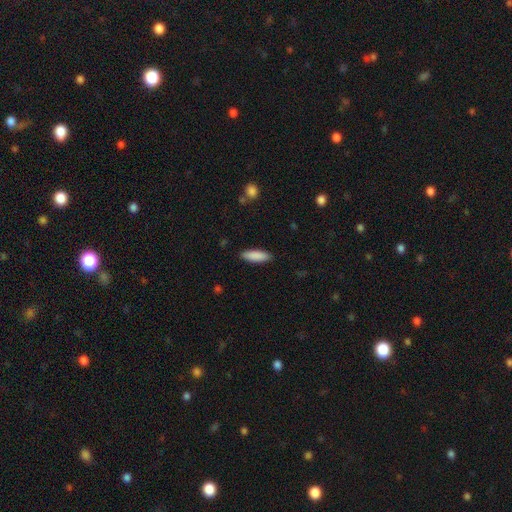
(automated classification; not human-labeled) This appears to be a smooth galaxy with no disk features (88%) that is cigar-shaped (51%). Merging: none (89%).